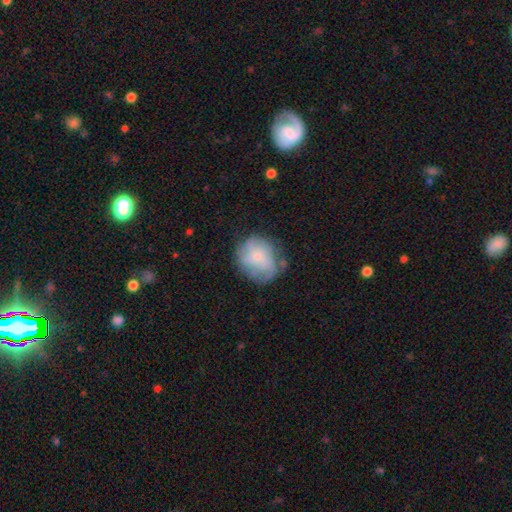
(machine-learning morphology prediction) The model was most divided on "smooth or featured": featured or disk: 47%, smooth: 44%, star or artifact: 8%. More confident: merging — none (56%).